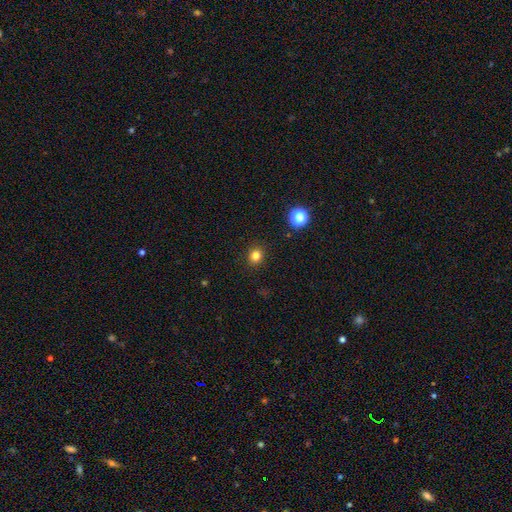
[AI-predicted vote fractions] Smooth or featured?
  - smooth: 81% *
  - star or artifact: 14%
  - featured or disk: 5%
How rounded?
  - round: 83% *
  - in between: 17%
  - cigar-shaped: 1%
Merging?
  - none: 91% *
  - minor disturbance: 6%
  - major disturbance: 2%
  - merger: 1%